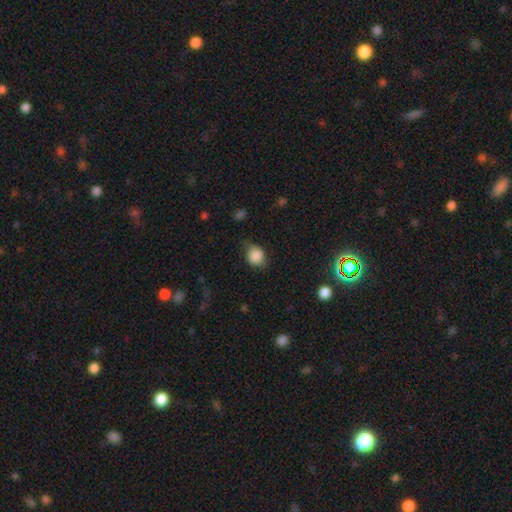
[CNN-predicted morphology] Overall: smooth (86%). How rounded: round (61%; in between 38%). Merging: none (61%; minor disturbance 28%).